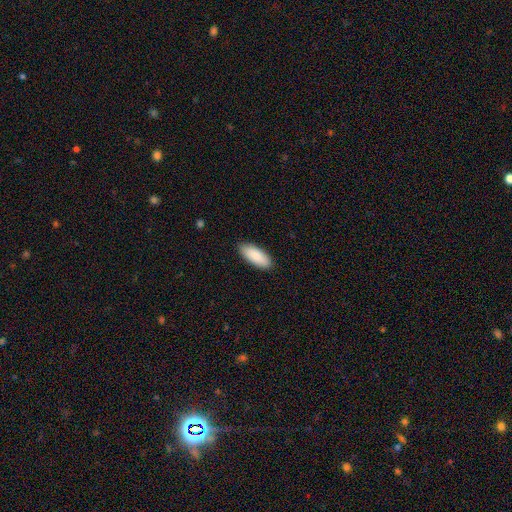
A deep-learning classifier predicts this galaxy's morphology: This appears to be a smooth galaxy with no disk features (90%) that is in between round and cigar-shaped (81%). Merging: none (89%).